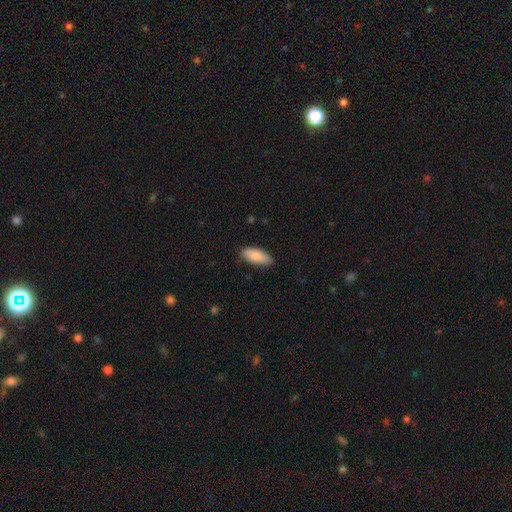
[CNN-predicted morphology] smooth_or_featured: smooth (p=0.87) [alt: featured or disk p=0.08]
how_rounded: in between (p=0.84) [alt: cigar-shaped p=0.14]
merging: none (p=0.83) [alt: minor disturbance p=0.14]